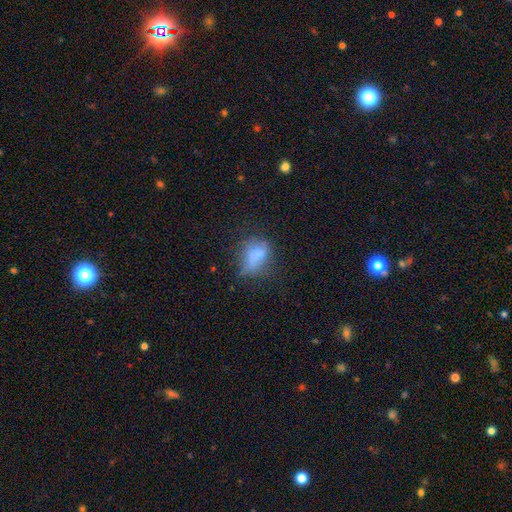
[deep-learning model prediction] smooth-or-featured: smooth: 65% | featured or disk: 22% | star or artifact: 14%
  how-rounded: in between: 74% | round: 22% | cigar-shaped: 4%
  merging: none: 38% | minor disturbance: 31% | major disturbance: 27% | merger: 5%